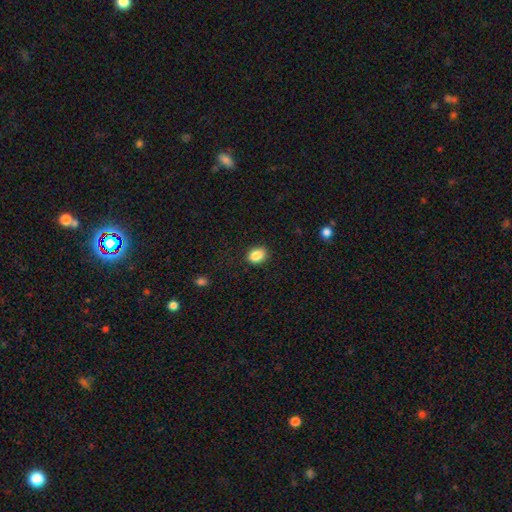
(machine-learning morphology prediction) Smooth or featured?
  - smooth: 87% *
  - star or artifact: 9%
  - featured or disk: 4%
How rounded?
  - in between: 61% *
  - round: 38%
  - cigar-shaped: 1%
Merging?
  - none: 84% *
  - minor disturbance: 12%
  - major disturbance: 3%
  - merger: 1%